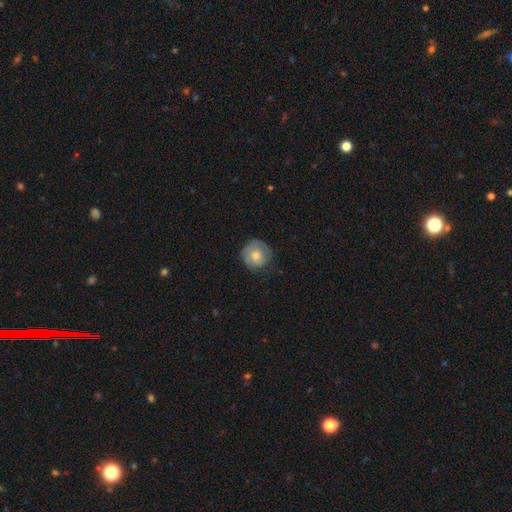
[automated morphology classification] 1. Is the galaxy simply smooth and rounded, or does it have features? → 67% smooth, 26% featured or disk, 7% star or artifact.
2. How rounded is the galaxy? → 92% round, 7% in between, 1% cigar-shaped.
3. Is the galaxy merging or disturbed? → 71% none, 22% minor disturbance, 6% major disturbance, 1% merger.